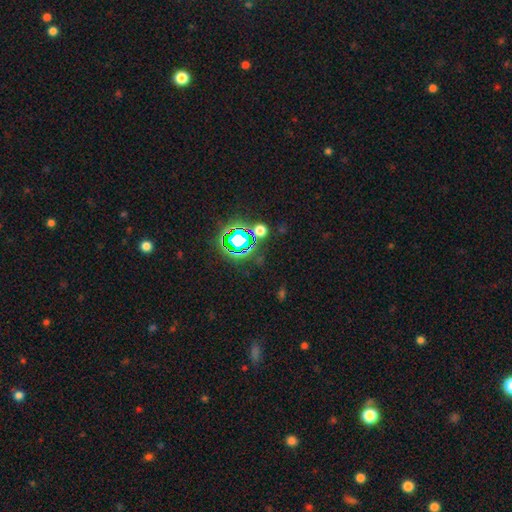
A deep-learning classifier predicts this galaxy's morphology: A star or artifact, not a galaxy (78%).